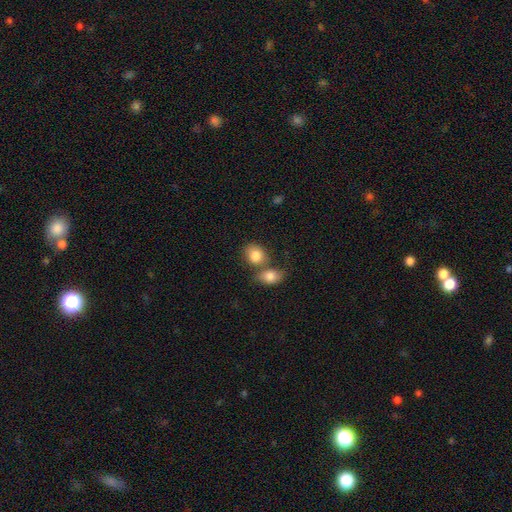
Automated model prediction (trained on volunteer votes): smooth 84%, featured or disk 8%, star or artifact 8%. Down the decision tree: how rounded — round (50%); merging — merger (43%, tied with none).